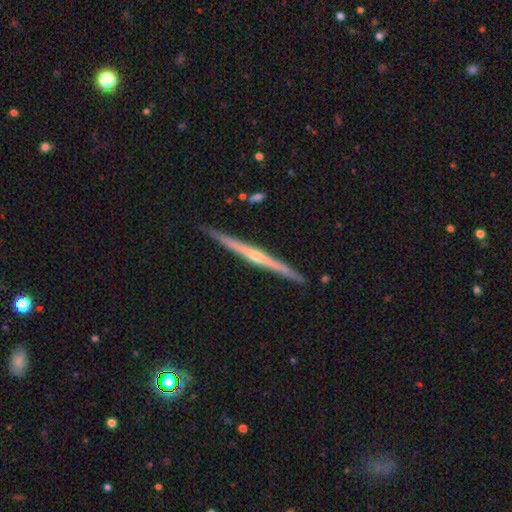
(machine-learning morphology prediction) Overall: featured or disk (79%). Edge-on disk: yes (98%). Edge-on bulge: rounded (68%; none 28%). Merging: none (90%).